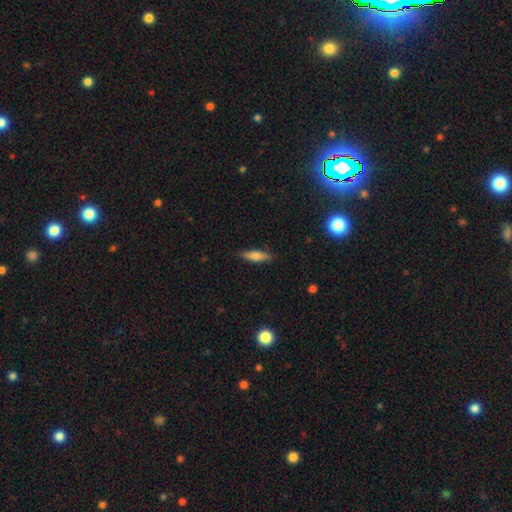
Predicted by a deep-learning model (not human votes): smooth 65%, featured or disk 28%, star or artifact 7%. Down the decision tree: how rounded — cigar-shaped (66%); merging — none (85%).